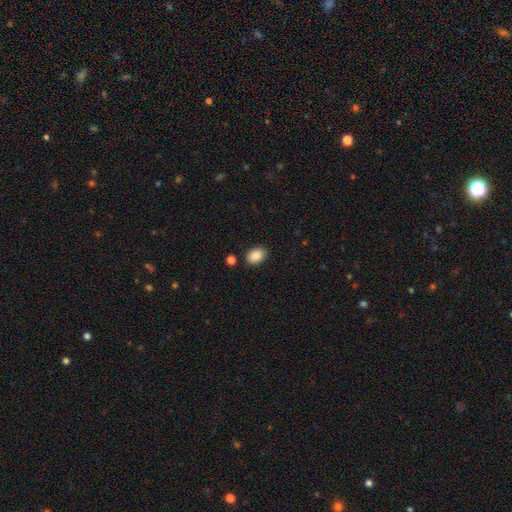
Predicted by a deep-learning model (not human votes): Overall: smooth (88%). How rounded: in between (76%). Merging: none (86%).